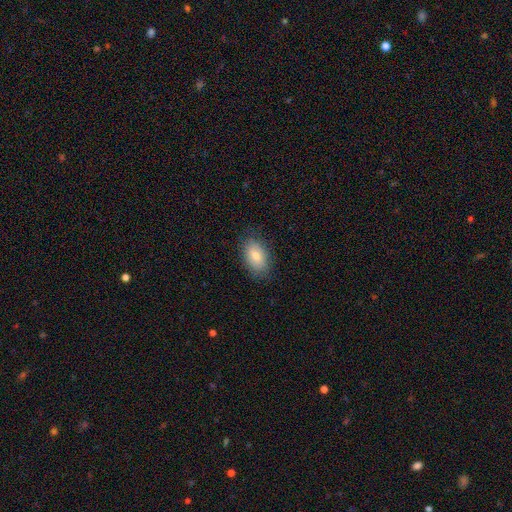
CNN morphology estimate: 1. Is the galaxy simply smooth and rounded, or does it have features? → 77% smooth, 16% featured or disk, 7% star or artifact.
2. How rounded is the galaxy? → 91% in between, 8% round, 2% cigar-shaped.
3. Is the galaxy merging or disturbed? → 83% none, 13% minor disturbance, 3% major disturbance, 1% merger.